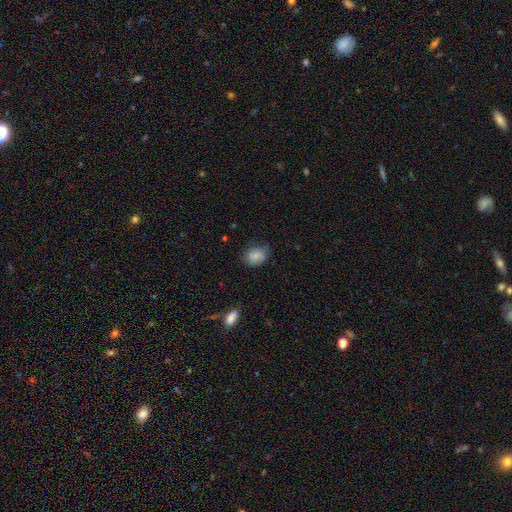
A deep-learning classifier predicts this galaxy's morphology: Overall: smooth (84%). How rounded: in between (52%; round 47%). Merging: none (70%).